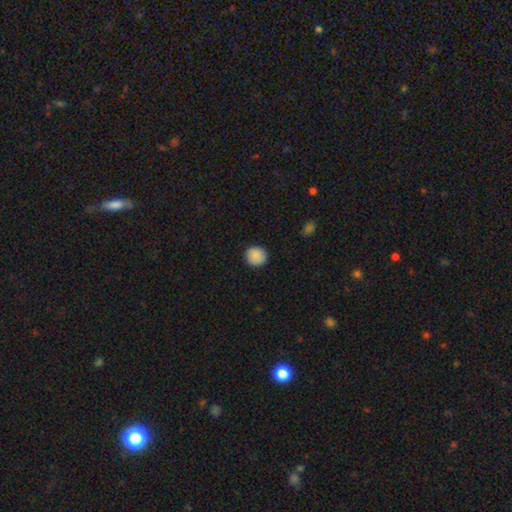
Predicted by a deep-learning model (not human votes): Smooth or featured? Predicted: smooth (p=0.89). How rounded? Predicted: round (p=0.93). Merging? Predicted: none (p=0.92).